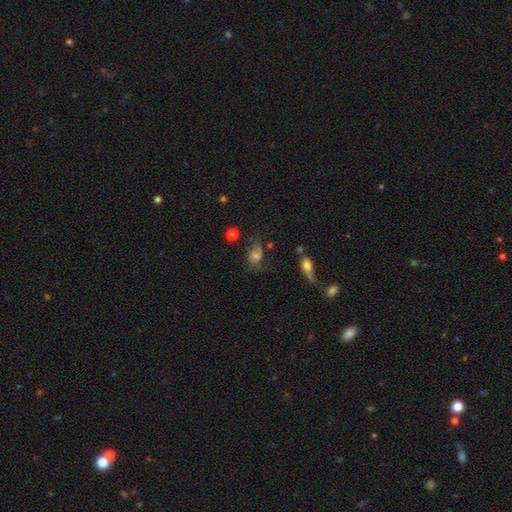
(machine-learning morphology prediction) This is possibly a smooth galaxy (54%). How rounded: likely in between (62%). Merging: marginally none (42%).